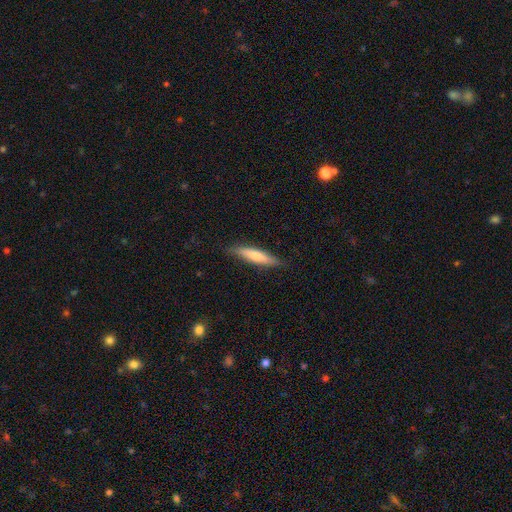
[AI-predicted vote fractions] This appears to be a smooth galaxy with no disk features (59%) that is cigar-shaped (86%). Merging: none (85%).